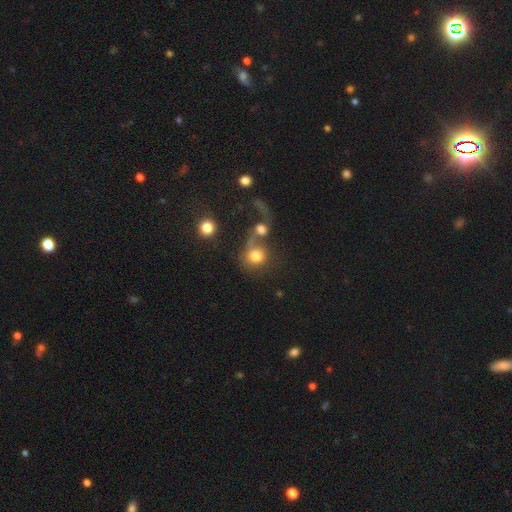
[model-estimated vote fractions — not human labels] Q: Smooth or featured?
A: smooth (71%); runner-up: featured or disk (18%)
Q: How rounded?
A: round (81%); runner-up: in between (18%)
Q: Merging?
A: merger (50%); runner-up: none (26%)